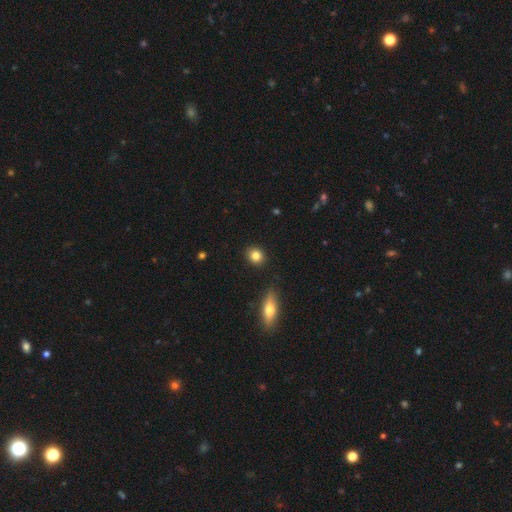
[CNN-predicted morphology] Smooth or featured? smooth (84%)
How rounded? round (78%)
Merging? none (90%)